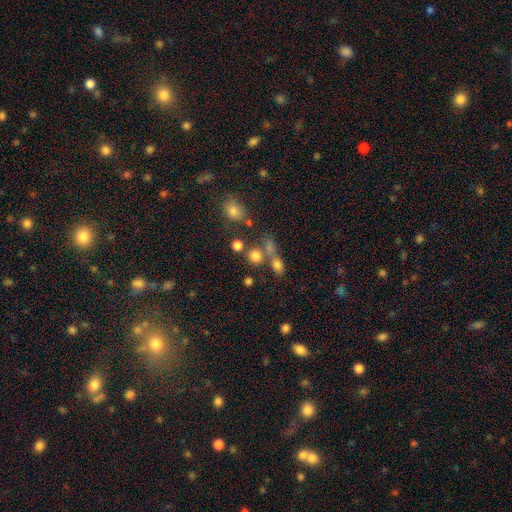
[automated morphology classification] smooth 74%, star or artifact 16%, featured or disk 9%. Down the decision tree: how rounded — round (84%); merging — none (57%).